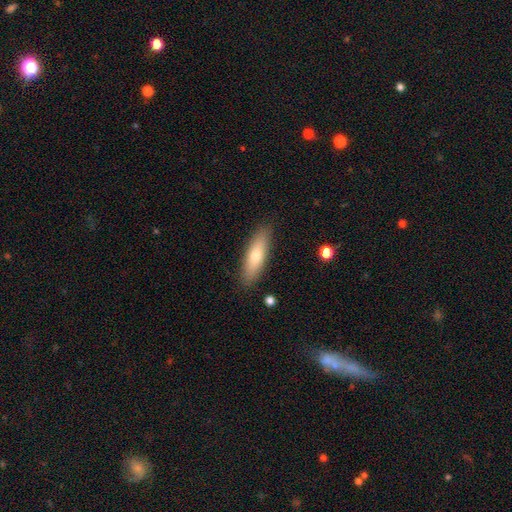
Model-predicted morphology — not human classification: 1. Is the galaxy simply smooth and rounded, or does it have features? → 73% smooth, 21% featured or disk, 6% star or artifact.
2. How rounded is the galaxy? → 58% cigar-shaped, 40% in between, 2% round.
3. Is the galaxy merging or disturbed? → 88% none, 9% minor disturbance, 2% major disturbance, 1% merger.